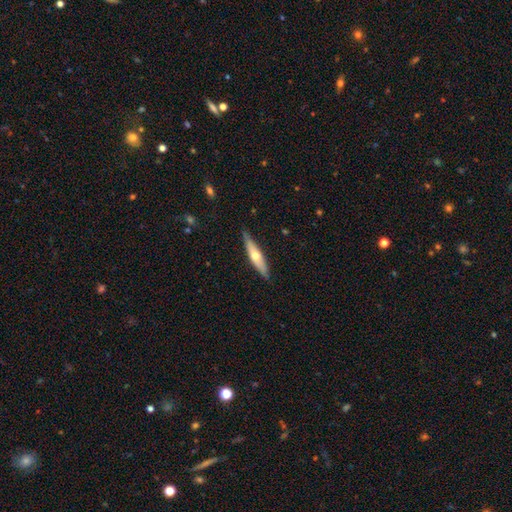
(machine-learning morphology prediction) Smooth or featured? Predicted: featured or disk (p=0.51). Edge-on disk? Predicted: yes (p=0.87). Merging? Predicted: none (p=0.85).